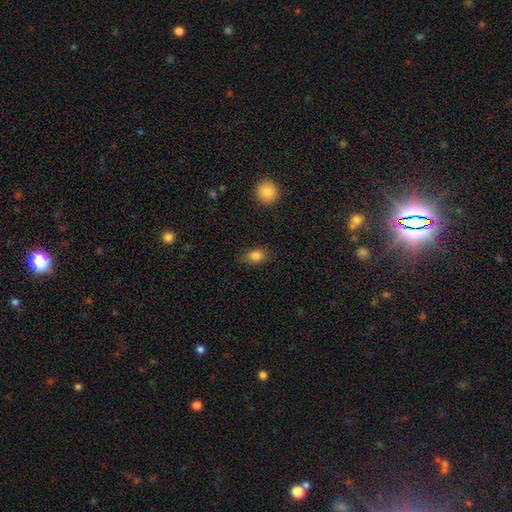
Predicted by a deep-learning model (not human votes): This is clearly a smooth galaxy (83%). How rounded: likely in between (78%). Merging: likely none (77%).